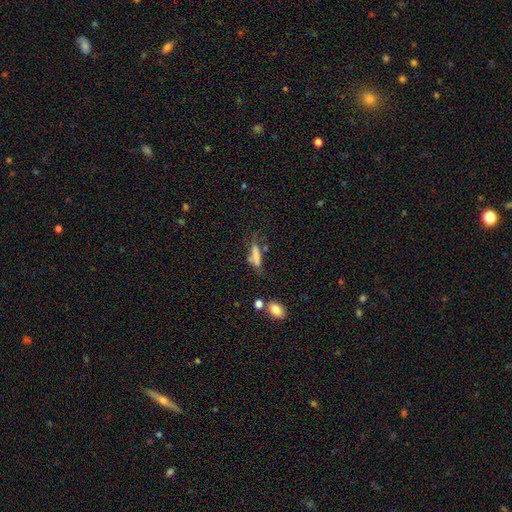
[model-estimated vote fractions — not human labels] smooth-or-featured: smooth: 70% | featured or disk: 19% | star or artifact: 11%
  how-rounded: cigar-shaped: 65% | in between: 32% | round: 3%
  merging: none: 44% | minor disturbance: 25% | major disturbance: 18% | merger: 12%